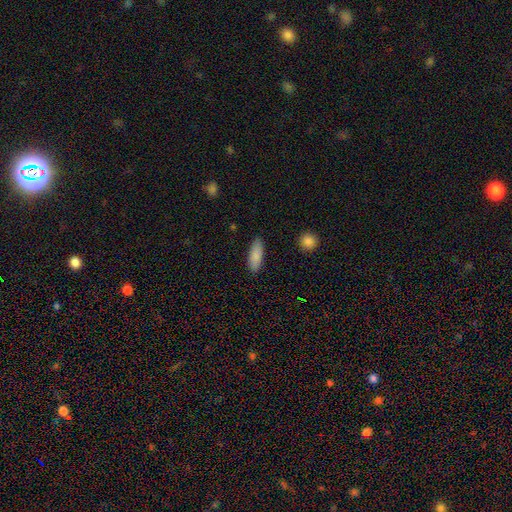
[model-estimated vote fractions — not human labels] A smooth galaxy with no disk features (87%) that is in between round and cigar-shaped (65%). Merging: none (87%).